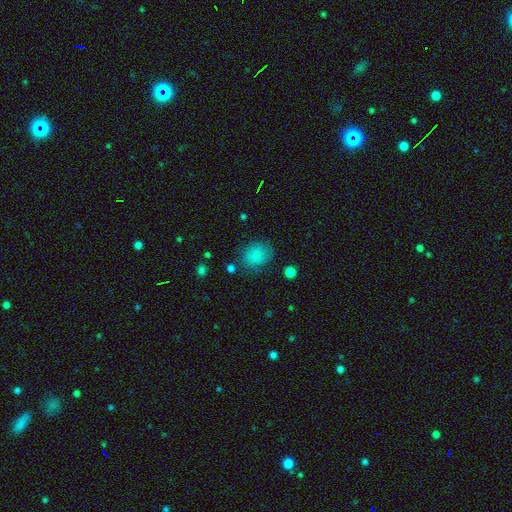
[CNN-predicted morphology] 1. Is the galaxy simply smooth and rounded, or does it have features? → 81% smooth, 10% star or artifact, 9% featured or disk.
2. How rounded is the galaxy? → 59% round, 40% in between, 1% cigar-shaped.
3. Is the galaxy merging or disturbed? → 72% none, 19% minor disturbance, 6% major disturbance, 3% merger.